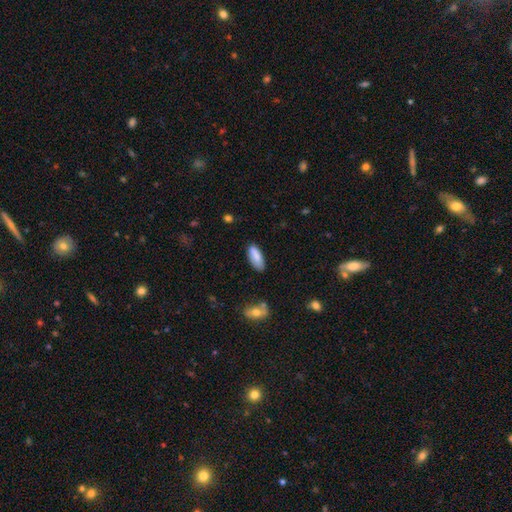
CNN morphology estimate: This is clearly a smooth galaxy (84%). How rounded: likely in between (73%). Merging: likely none (80%).